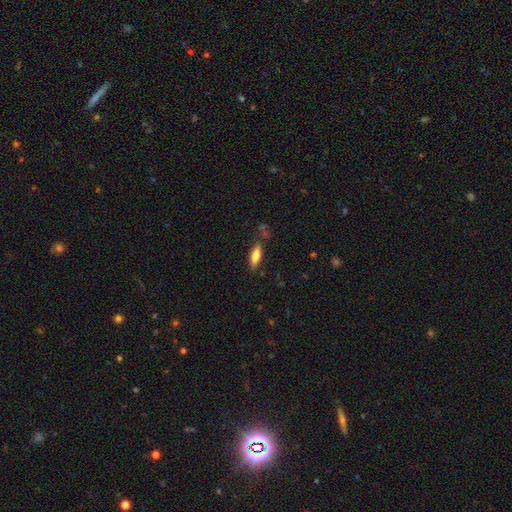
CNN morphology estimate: Smooth or featured? smooth (82%)
How rounded? in between (55%)
Merging? none (73%)